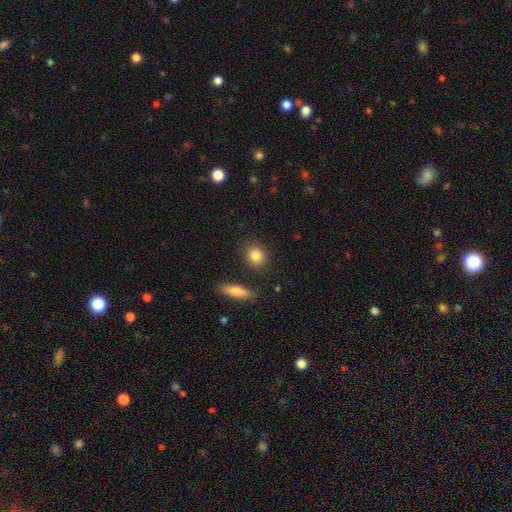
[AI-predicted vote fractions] smooth_or_featured: smooth (p=0.85) [alt: star or artifact p=0.08]
how_rounded: round (p=0.70) [alt: in between p=0.27]
merging: none (p=0.85) [alt: minor disturbance p=0.09]